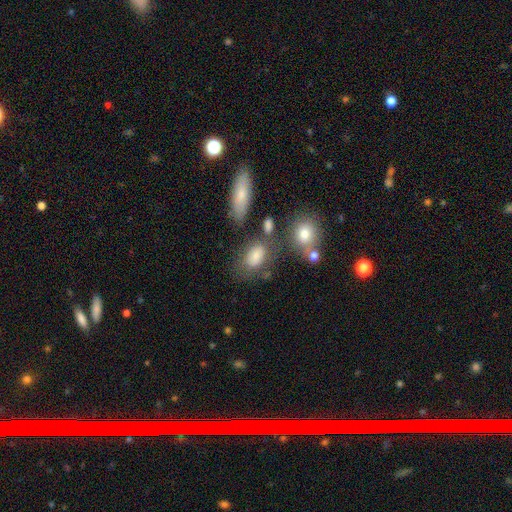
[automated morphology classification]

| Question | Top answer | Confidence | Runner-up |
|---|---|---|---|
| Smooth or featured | smooth | 72% | featured or disk (15%) |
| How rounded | in between | 80% | round (16%) |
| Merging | none | 58% | minor disturbance (20%) |